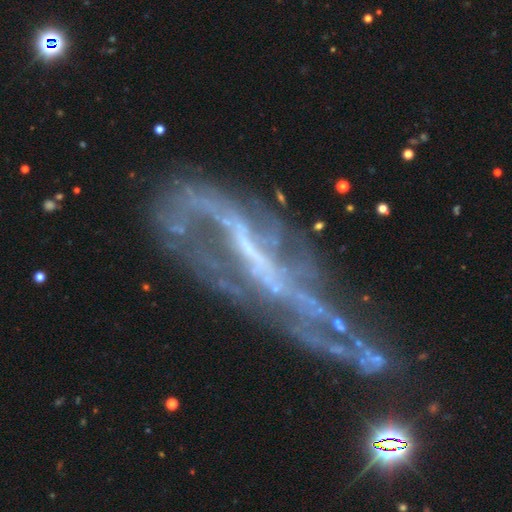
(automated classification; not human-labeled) Smooth or featured?
  - featured or disk: 79% *
  - star or artifact: 12%
  - smooth: 9%
Edge-on disk?
  - no: 81% *
  - yes: 19%
Bar?
  - strong: 44% *
  - weak: 29%
  - no: 28%
Spiral arms?
  - yes: 69% *
  - no: 31%
Bulge size?
  - none: 54% *
  - small: 29%
  - moderate: 13%
  - large: 3%
  - dominant: 1%
Merging?
  - major disturbance: 40% *
  - none: 30%
  - minor disturbance: 19%
  - merger: 10%